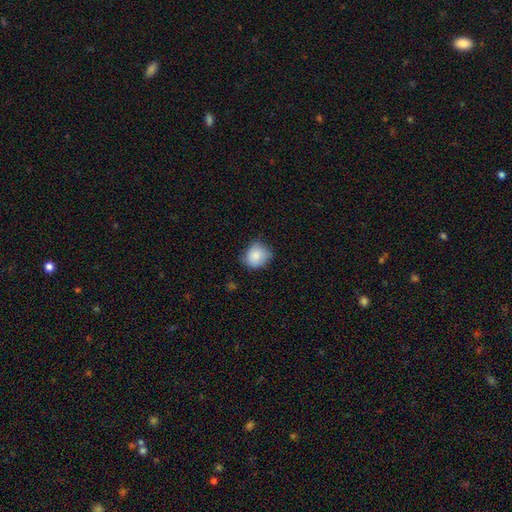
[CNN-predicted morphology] A smooth galaxy with no disk features (85%) that is round (76%). Merging: none (69%).